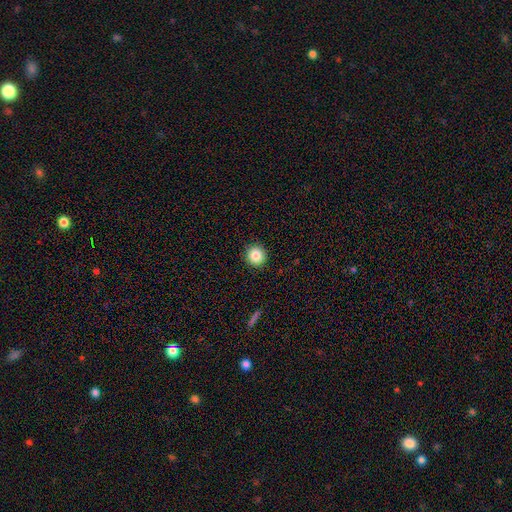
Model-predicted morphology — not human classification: Q: Smooth or featured?
A: smooth (85%); runner-up: star or artifact (10%)
Q: How rounded?
A: round (95%); runner-up: in between (4%)
Q: Merging?
A: none (92%); runner-up: minor disturbance (5%)